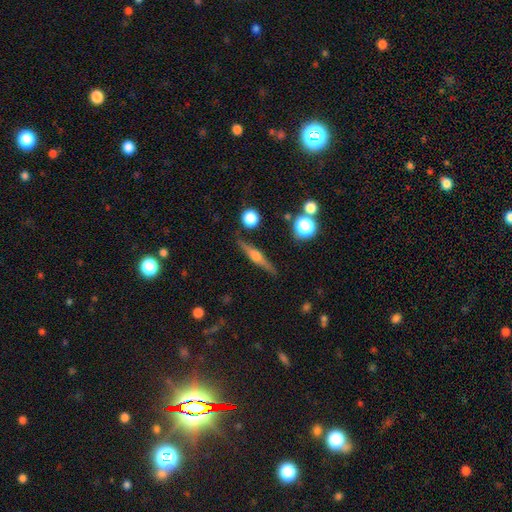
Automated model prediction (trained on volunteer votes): A featured or disk galaxy (75%) viewed edge-on (97%) with a rounded central bulge (90%).

Vote fractions:
- Smooth or featured? featured or disk: 75% / smooth: 18% / star or artifact: 7%
- Edge-on disk? yes: 97% / no: 3%
- Edge-on bulge? rounded: 90% / boxy: 7% / none: 3%
- Merging? none: 88% / minor disturbance: 8% / major disturbance: 2% / merger: 2%